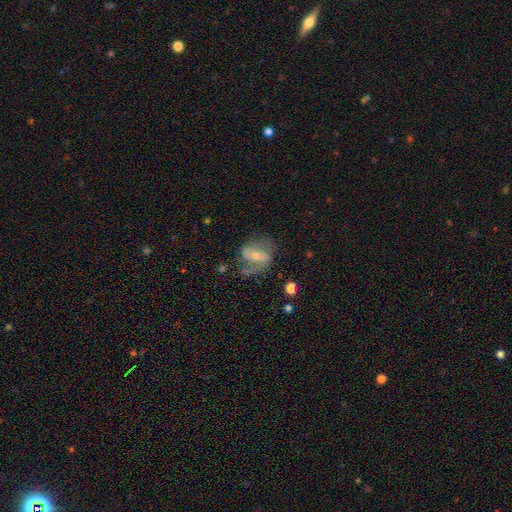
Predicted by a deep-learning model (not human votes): A featured or disk galaxy (73%) with a strong bar (39%), 2 (71%) medium (42%) spiral arms (82%) and a small central bulge (51%). Merging: none (55%).